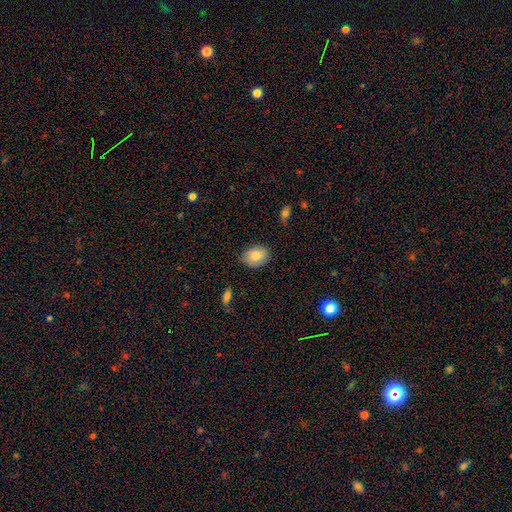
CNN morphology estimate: Smooth or featured? Predicted: smooth (p=0.83). How rounded? Predicted: in between (p=0.72). Merging? Predicted: none (p=0.79).